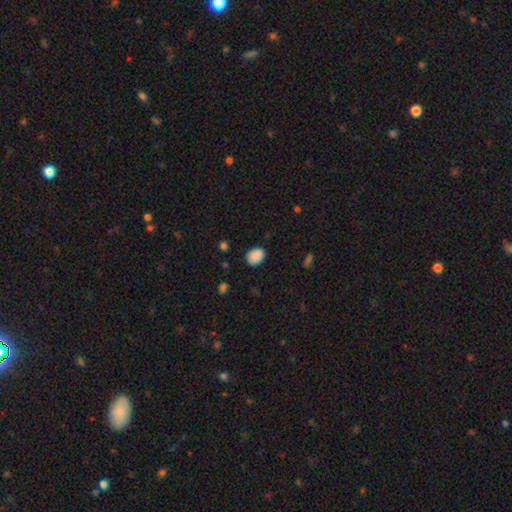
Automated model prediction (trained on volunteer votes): This is clearly a smooth galaxy (88%). How rounded: likely in between (63%). Merging: clearly none (81%).